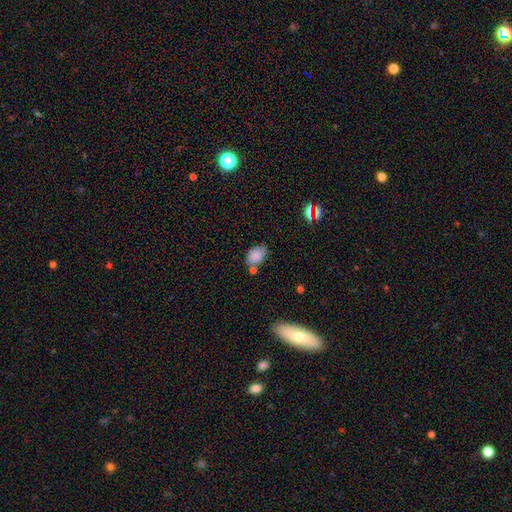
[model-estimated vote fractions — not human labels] Morphology: type=smooth (83%); roundness=in between (82%); merging=none (58%).